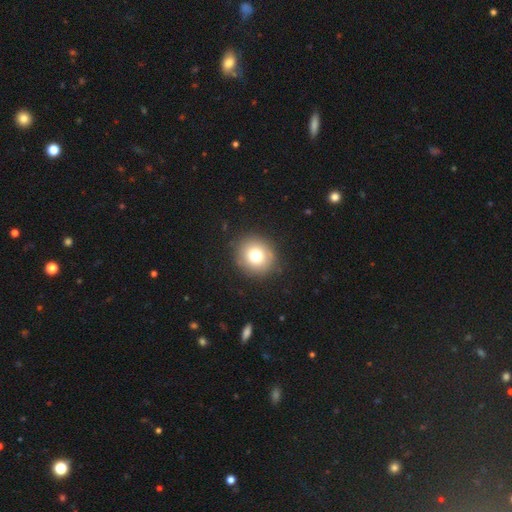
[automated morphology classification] This is likely a smooth galaxy (75%). How rounded: clearly round (89%). Merging: clearly none (88%).